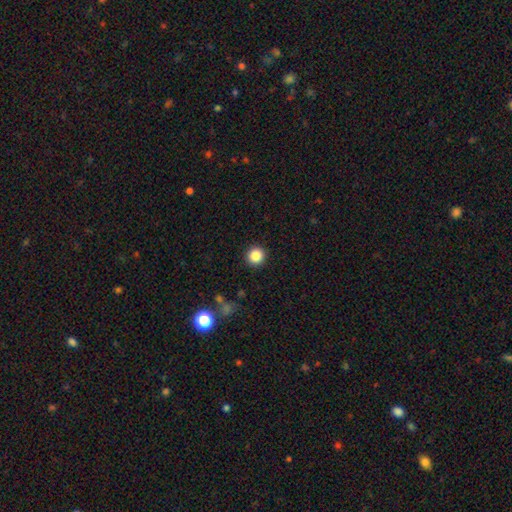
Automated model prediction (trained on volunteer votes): smooth 86%, star or artifact 11%, featured or disk 4%. Down the decision tree: how rounded — round (94%); merging — none (92%).